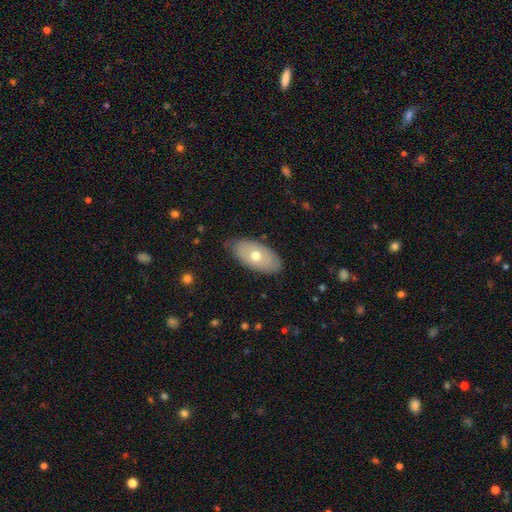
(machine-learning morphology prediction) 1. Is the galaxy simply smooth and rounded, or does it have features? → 58% smooth, 35% featured or disk, 6% star or artifact.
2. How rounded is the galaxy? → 93% in between, 4% round, 3% cigar-shaped.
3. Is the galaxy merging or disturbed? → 80% none, 16% minor disturbance, 3% major disturbance, 1% merger.